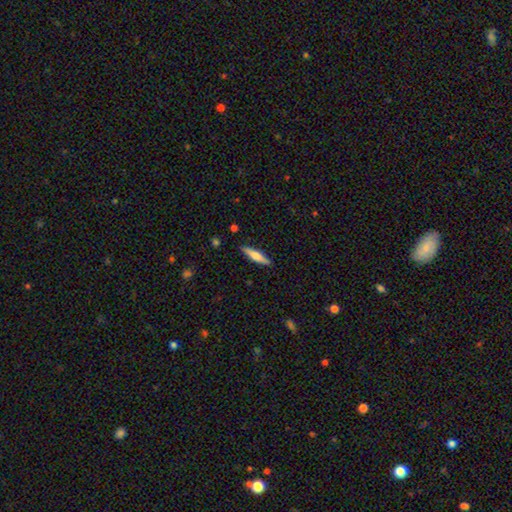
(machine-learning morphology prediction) smooth 48%, featured or disk 46%, star or artifact 6%. Down the decision tree: merging — none (90%).